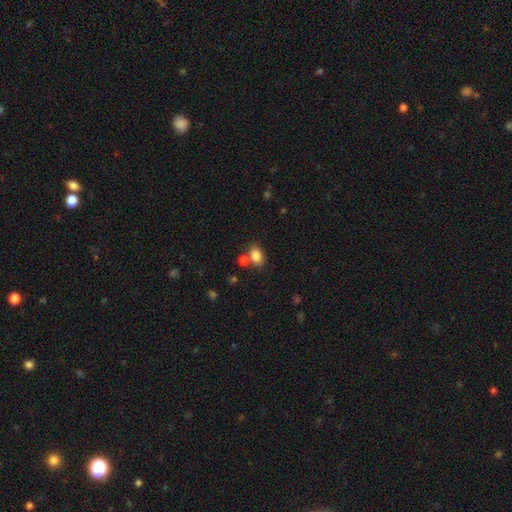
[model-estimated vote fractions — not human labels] This appears to be a smooth galaxy with no disk features (84%) that is in between round and cigar-shaped (80%). Merging: none (67%).